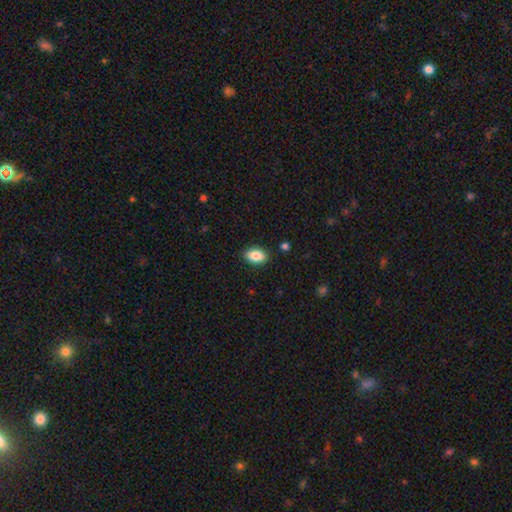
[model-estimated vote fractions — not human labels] Smooth or featured? Predicted: smooth (p=0.86). How rounded? Predicted: in between (p=0.90). Merging? Predicted: none (p=0.88).